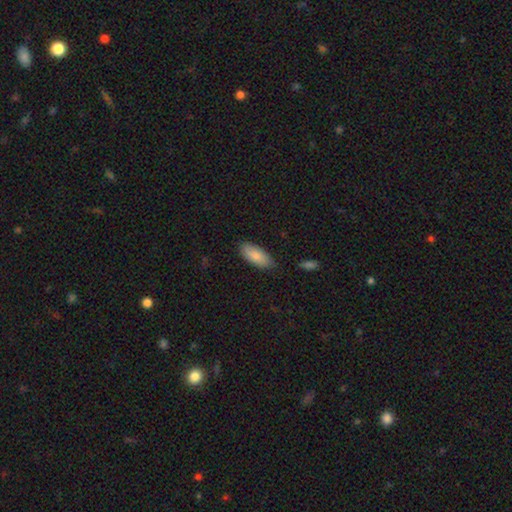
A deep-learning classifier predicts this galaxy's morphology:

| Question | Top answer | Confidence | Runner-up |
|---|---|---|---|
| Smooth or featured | smooth | 84% | featured or disk (10%) |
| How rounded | in between | 85% | cigar-shaped (13%) |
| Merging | none | 79% | minor disturbance (16%) |